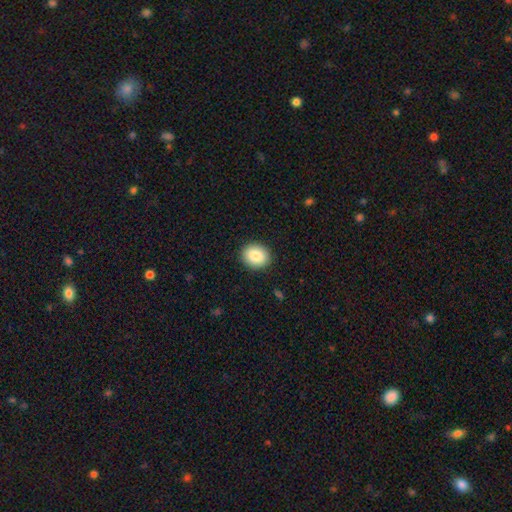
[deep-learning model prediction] Smooth or featured: smooth — 86% (star or artifact — 8%)
How rounded: round — 55% (in between — 44%)
Merging: none — 90% (minor disturbance — 7%)